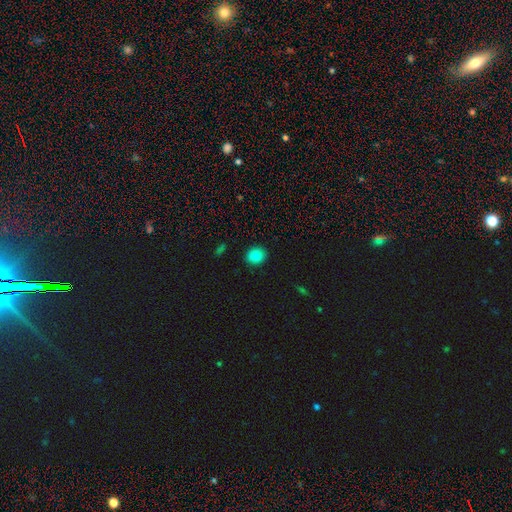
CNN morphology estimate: Smooth or featured? smooth (83%)
How rounded? round (72%)
Merging? none (91%)